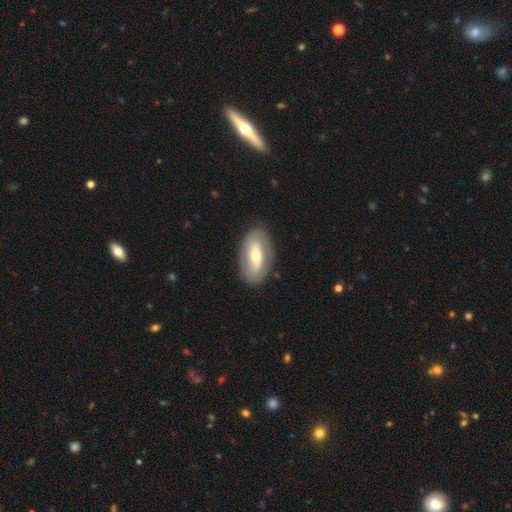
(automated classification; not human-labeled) Q: Smooth or featured?
A: featured or disk (54%); runner-up: smooth (40%)
Q: Edge-on disk?
A: no (85%); runner-up: yes (15%)
Q: Merging?
A: none (85%); runner-up: minor disturbance (11%)